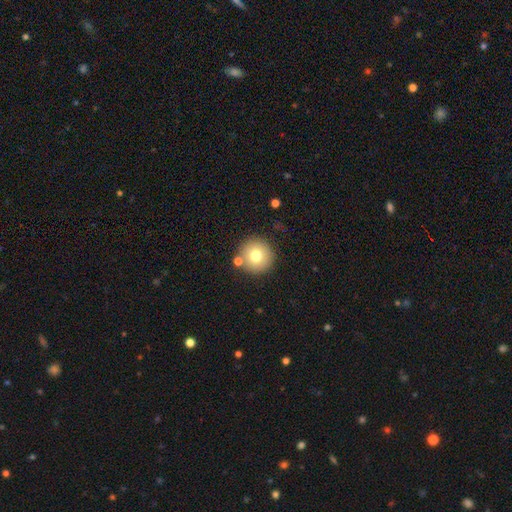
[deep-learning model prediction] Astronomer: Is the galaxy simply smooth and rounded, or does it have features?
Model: smooth — 74%.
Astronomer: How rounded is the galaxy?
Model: round — 96%.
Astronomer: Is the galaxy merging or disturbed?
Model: none — 83%.